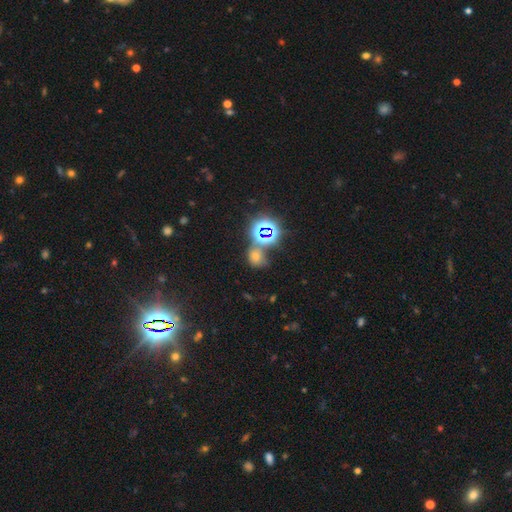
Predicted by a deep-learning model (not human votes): A star or artifact, not a galaxy (51%).